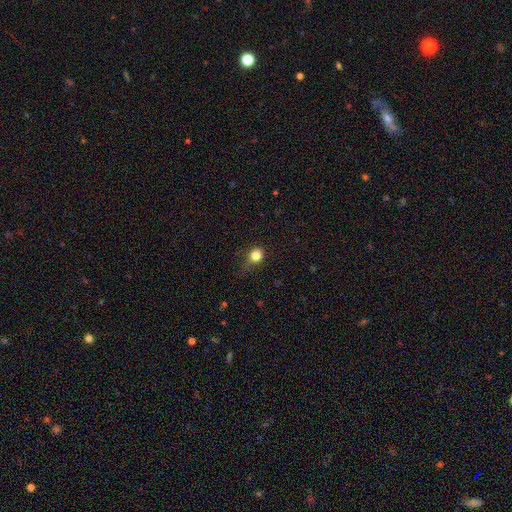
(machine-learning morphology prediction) A smooth galaxy with no disk features (82%) that is round (79%).

Vote fractions:
- Smooth or featured? smooth: 82% / star or artifact: 12% / featured or disk: 6%
- How rounded? round: 79% / in between: 20% / cigar-shaped: 1%
- Merging? none: 63% / minor disturbance: 26% / major disturbance: 10% / merger: 2%